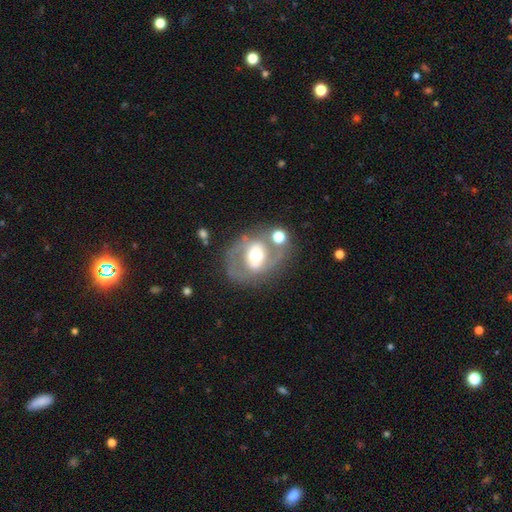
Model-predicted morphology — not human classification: Smooth or featured?
  - featured or disk: 63% *
  - smooth: 28%
  - star or artifact: 9%
Edge-on disk?
  - no: 95% *
  - yes: 5%
Bar?
  - no: 43% *
  - weak: 32%
  - strong: 25%
Spiral arms?
  - no: 57% *
  - yes: 43%
Bulge size?
  - moderate: 63% *
  - large: 25%
  - small: 8%
  - dominant: 3%
  - none: 1%
Merging?
  - none: 60% *
  - minor disturbance: 16%
  - merger: 13%
  - major disturbance: 11%